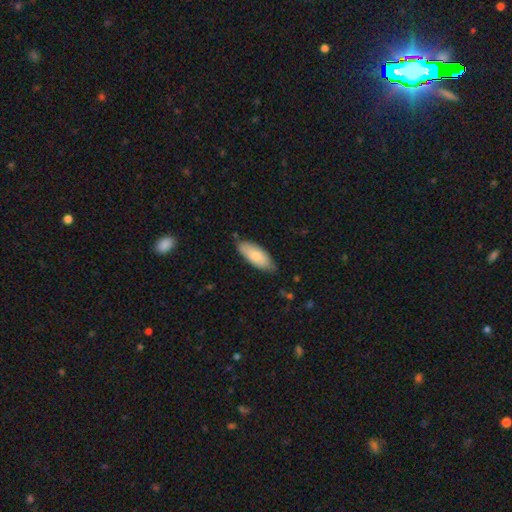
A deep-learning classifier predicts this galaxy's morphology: A smooth galaxy with no disk features (80%) that is in between round and cigar-shaped (81%).

Vote fractions:
- Smooth or featured? smooth: 80% / featured or disk: 15% / star or artifact: 5%
- How rounded? in between: 81% / cigar-shaped: 17% / round: 2%
- Merging? none: 75% / minor disturbance: 20% / major disturbance: 3% / merger: 2%